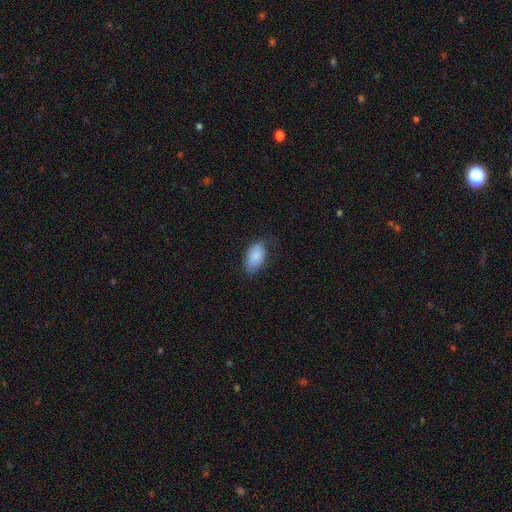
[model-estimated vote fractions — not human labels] Overall: smooth (85%). How rounded: in between (93%). Merging: none (69%).